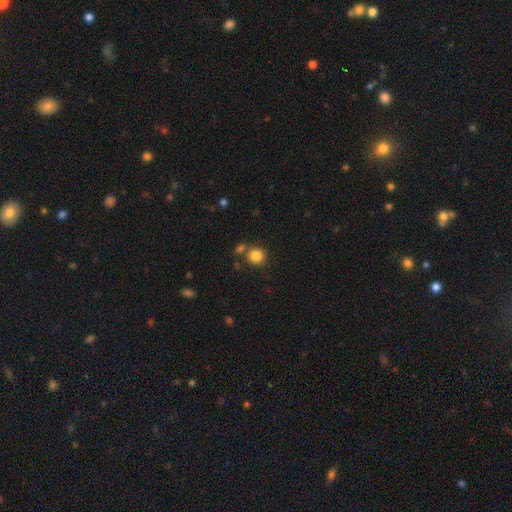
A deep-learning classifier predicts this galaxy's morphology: This is clearly a smooth galaxy (84%). How rounded: clearly round (87%). Merging: likely none (72%).